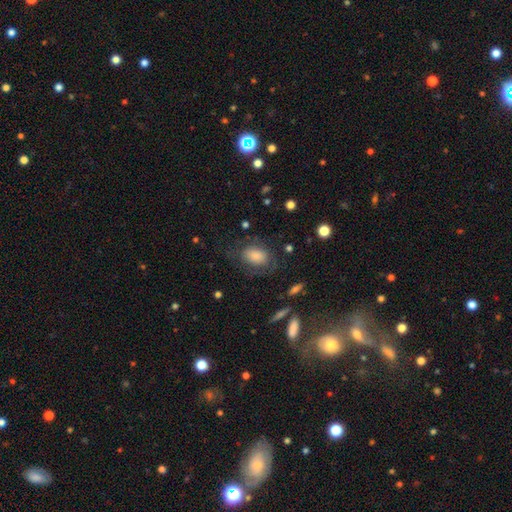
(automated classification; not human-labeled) Smooth or featured?
  - smooth: 56% *
  - featured or disk: 30%
  - star or artifact: 14%
How rounded?
  - in between: 80% *
  - round: 18%
  - cigar-shaped: 2%
Merging?
  - none: 65% *
  - minor disturbance: 19%
  - major disturbance: 14%
  - merger: 2%